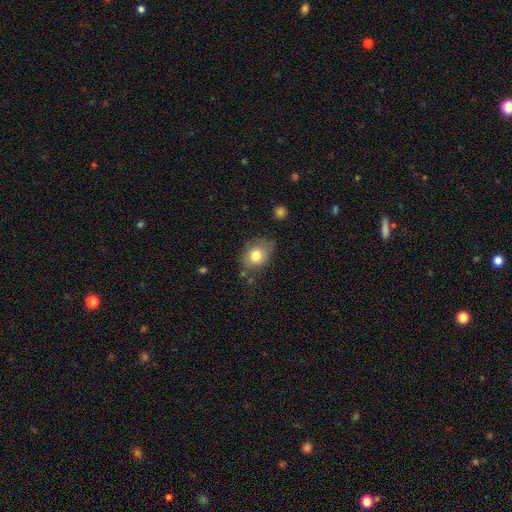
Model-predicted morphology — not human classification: smooth 77%, featured or disk 13%, star or artifact 9%. Down the decision tree: how rounded — in between (55%); merging — none (65%).